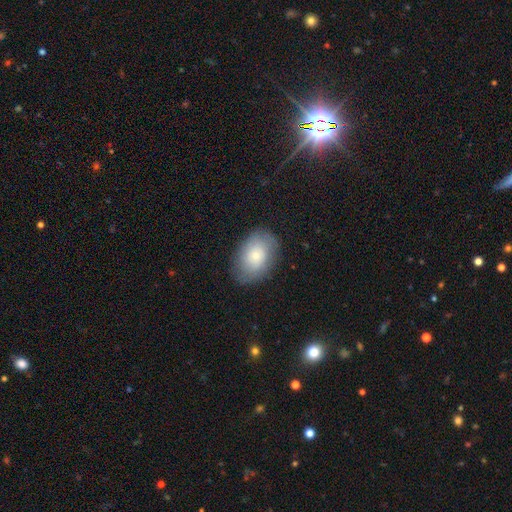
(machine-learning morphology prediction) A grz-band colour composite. It shows a smooth galaxy with no disk features (73%) that is in between round and cigar-shaped (83%). Merging: none (78%).